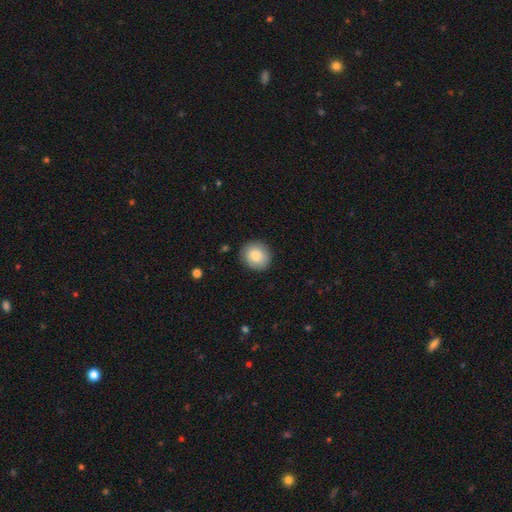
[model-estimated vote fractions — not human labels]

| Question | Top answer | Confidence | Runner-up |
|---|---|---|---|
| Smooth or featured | smooth | 84% | featured or disk (9%) |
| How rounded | round | 83% | in between (16%) |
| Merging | none | 87% | minor disturbance (10%) |